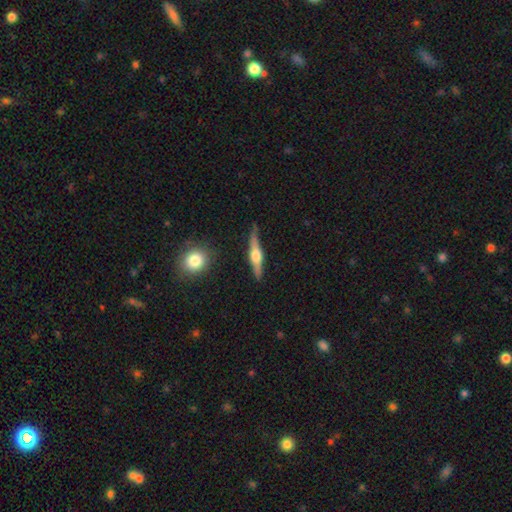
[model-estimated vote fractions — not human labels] featured or disk 69%, smooth 25%, star or artifact 5%. Down the decision tree: edge-on disk — yes (96%); edge-on bulge — rounded (92%); merging — none (81%).